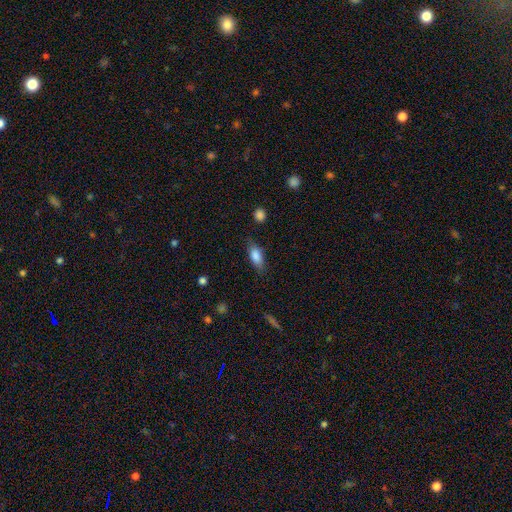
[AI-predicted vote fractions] The model was most divided on "merging": none: 74%, minor disturbance: 19%, major disturbance: 5%, merger: 2%. More confident: smooth or featured — smooth (81%); how rounded — in between (78%).